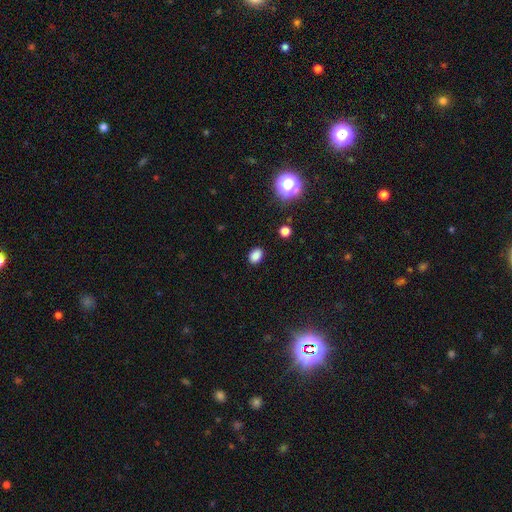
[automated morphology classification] Smooth or featured: smooth — 84% (star or artifact — 12%)
How rounded: in between — 72% (round — 26%)
Merging: none — 88% (minor disturbance — 8%)